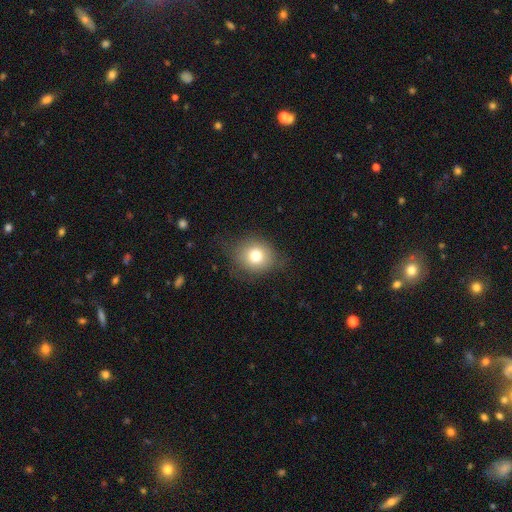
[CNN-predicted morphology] Smooth or featured? smooth (76%)
How rounded? round (75%)
Merging? none (73%)